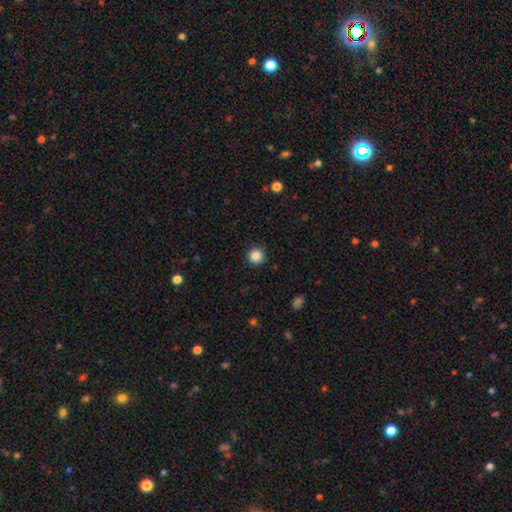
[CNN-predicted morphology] This appears to be a smooth galaxy with no disk features (86%) that is round (95%). Merging: none (91%).